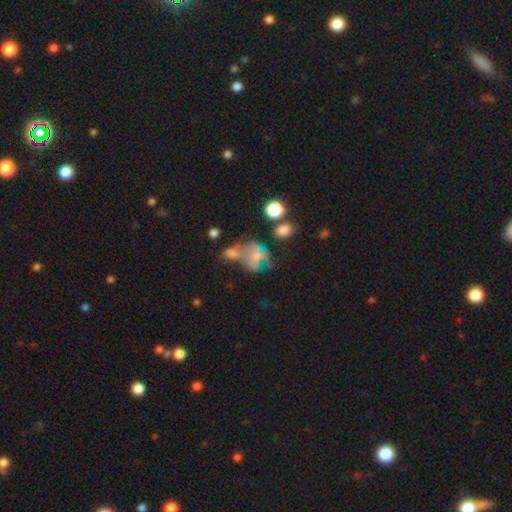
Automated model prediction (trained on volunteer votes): Smooth or featured?
  - smooth: 44% *
  - featured or disk: 39%
  - star or artifact: 17%
Merging?
  - merger: 41% *
  - major disturbance: 24%
  - none: 21%
  - minor disturbance: 14%